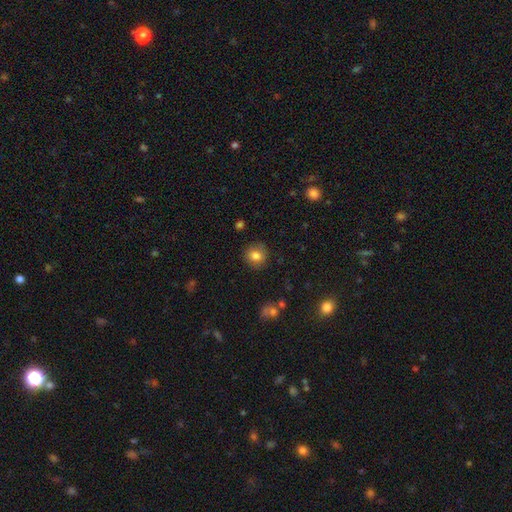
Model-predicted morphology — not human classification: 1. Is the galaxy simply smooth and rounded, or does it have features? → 83% smooth, 10% star or artifact, 7% featured or disk.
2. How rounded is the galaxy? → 85% round, 14% in between, 1% cigar-shaped.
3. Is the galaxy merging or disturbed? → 86% none, 10% minor disturbance, 3% major disturbance, 1% merger.